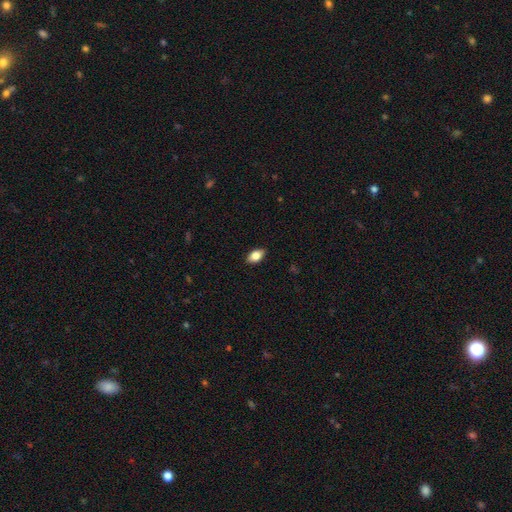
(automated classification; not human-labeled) Smooth or featured?
  - smooth: 82% *
  - featured or disk: 10%
  - star or artifact: 7%
How rounded?
  - in between: 90% *
  - round: 7%
  - cigar-shaped: 3%
Merging?
  - none: 87% *
  - minor disturbance: 10%
  - major disturbance: 2%
  - merger: 1%